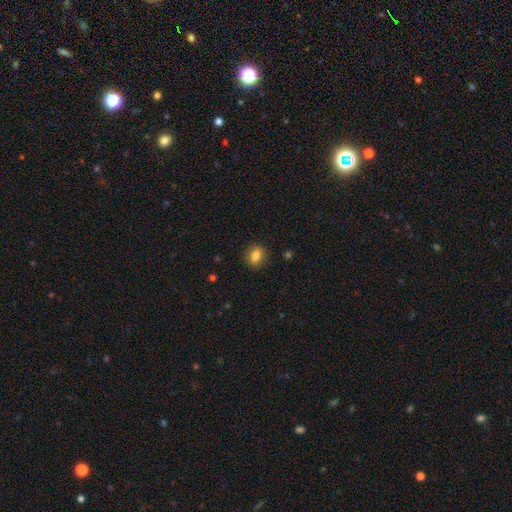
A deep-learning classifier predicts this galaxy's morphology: This appears to be a smooth galaxy with no disk features (83%) that is round (51%). Merging: none (88%).